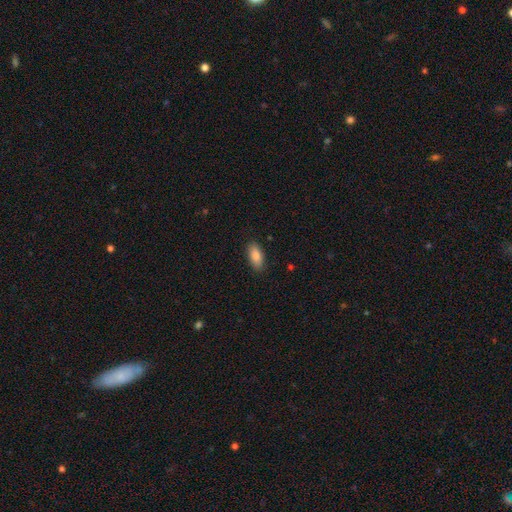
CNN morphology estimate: Smooth or featured? smooth (86%)
How rounded? in between (89%)
Merging? none (88%)